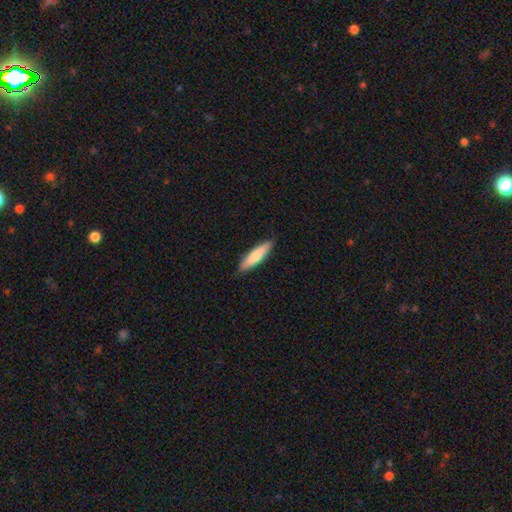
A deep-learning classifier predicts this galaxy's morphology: smooth 77%, featured or disk 18%, star or artifact 5%. Down the decision tree: how rounded — cigar-shaped (75%); merging — none (88%).